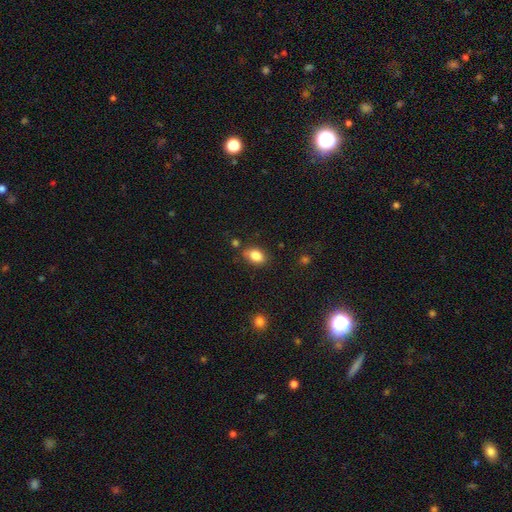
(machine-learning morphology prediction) Smooth or featured? smooth (84%)
How rounded? in between (83%)
Merging? none (77%)